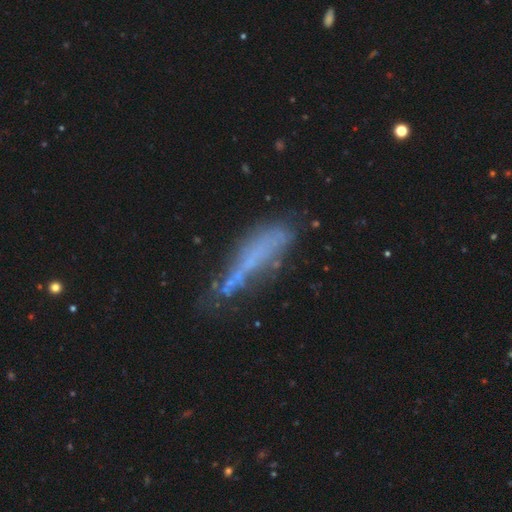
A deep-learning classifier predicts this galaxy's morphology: A featured or disk galaxy (43%). Merging: none (45%).